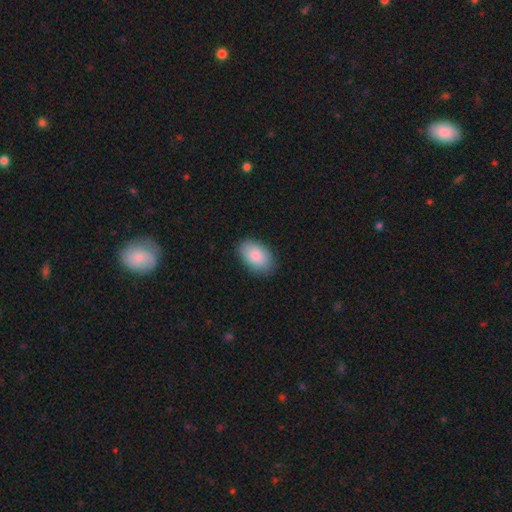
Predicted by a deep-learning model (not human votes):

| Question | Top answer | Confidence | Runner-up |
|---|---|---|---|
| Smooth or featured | smooth | 88% | featured or disk (6%) |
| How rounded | in between | 92% | round (7%) |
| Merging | none | 85% | minor disturbance (12%) |